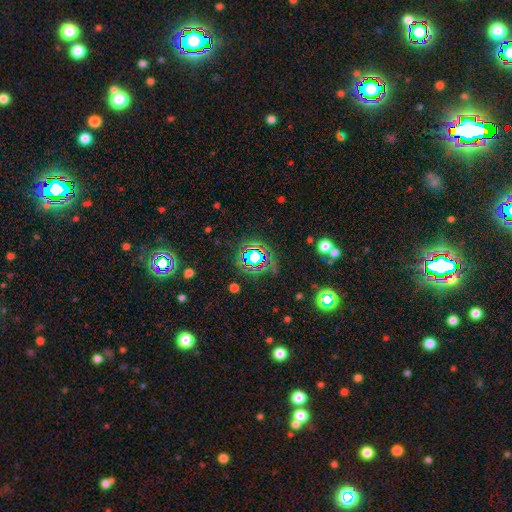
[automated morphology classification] Smooth or featured?
  - star or artifact: 75% *
  - smooth: 15%
  - featured or disk: 10%